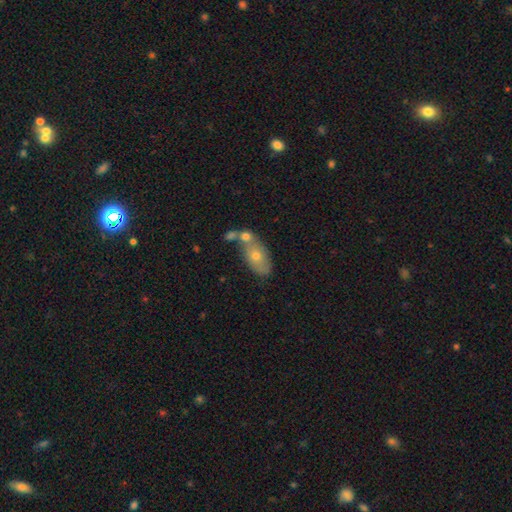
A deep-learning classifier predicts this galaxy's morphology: type=smooth (59%); roundness=in between (84%); merging=merger (40%, tied with none).